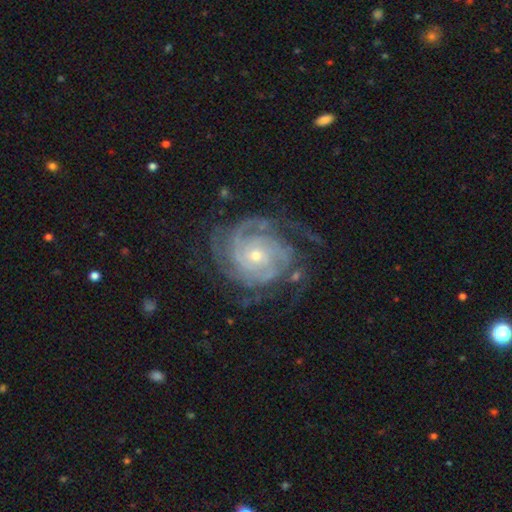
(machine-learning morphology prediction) Smooth or featured? Predicted: featured or disk (p=0.90). Edge-on disk? Predicted: no (p=0.98). Bar? Predicted: no (p=0.75). Spiral arms? Predicted: yes (p=0.98). Spiral winding? Predicted: tight (p=0.74). Spiral arm count? Predicted: 3 (p=0.25). Bulge size? Predicted: small (p=0.62). Merging? Predicted: none (p=0.67).